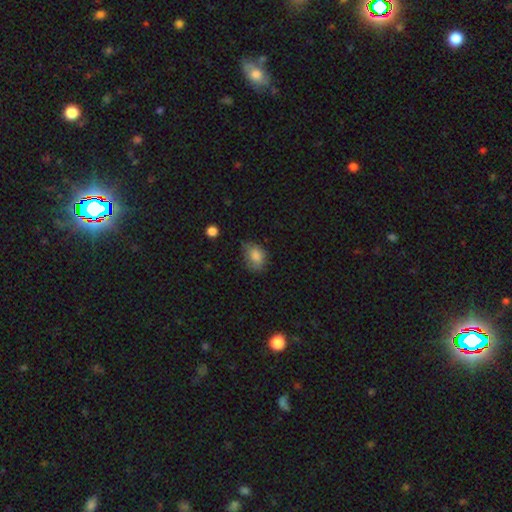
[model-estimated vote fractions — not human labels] smooth 83%, star or artifact 9%, featured or disk 9%. Down the decision tree: how rounded — in between (65%); merging — none (55%).